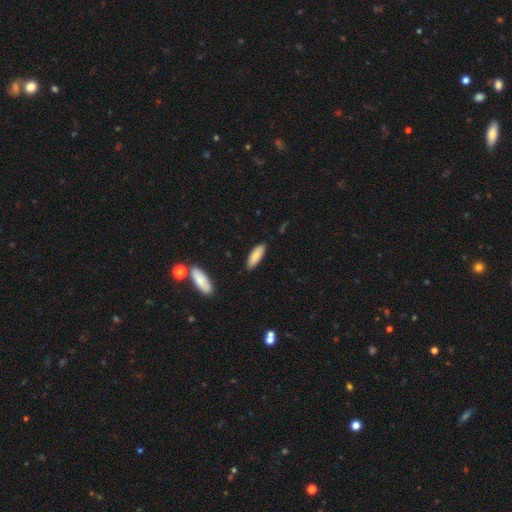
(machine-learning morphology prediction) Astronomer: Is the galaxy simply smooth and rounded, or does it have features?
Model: smooth — 84%.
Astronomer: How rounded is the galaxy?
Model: in between — 59% (runner-up: cigar-shaped, 40%).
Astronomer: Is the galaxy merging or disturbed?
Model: none — 86%.